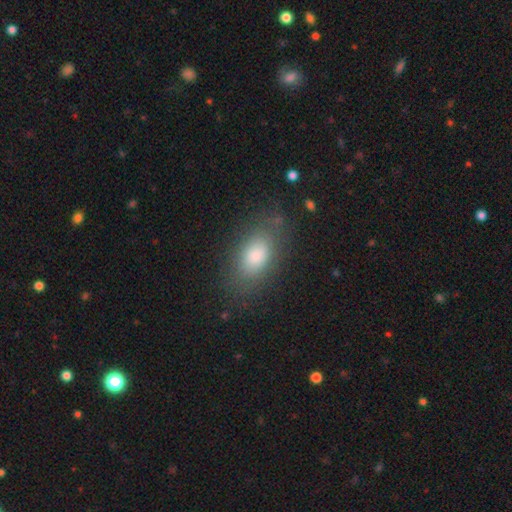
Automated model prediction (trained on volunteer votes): A smooth galaxy with no disk features (80%) that is in between round and cigar-shaped (89%).

Vote fractions:
- Smooth or featured? smooth: 80% / featured or disk: 12% / star or artifact: 8%
- How rounded? in between: 89% / round: 7% / cigar-shaped: 4%
- Merging? none: 76% / minor disturbance: 16% / major disturbance: 7% / merger: 2%